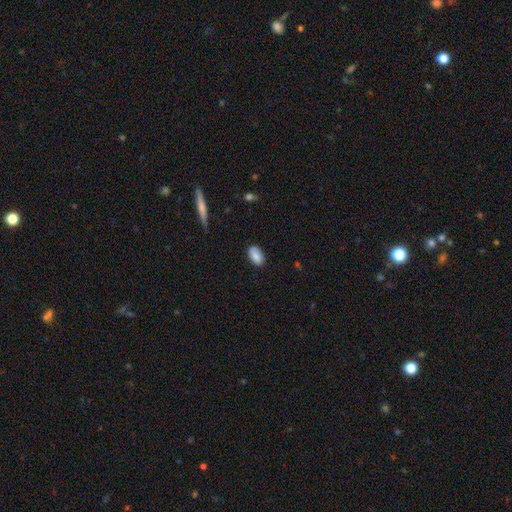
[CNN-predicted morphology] Smooth or featured? smooth (81%)
How rounded? in between (92%)
Merging? none (82%)